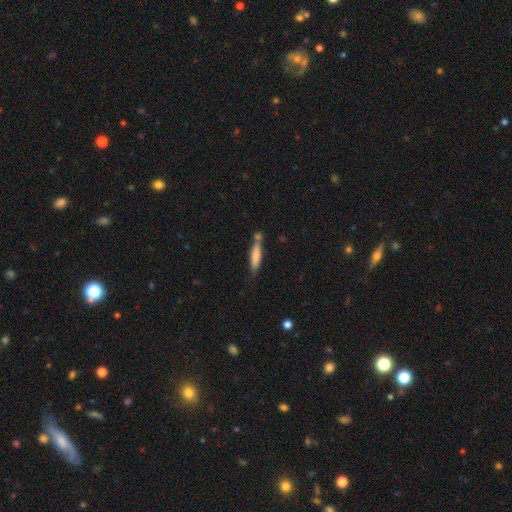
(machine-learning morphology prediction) Smooth or featured? smooth (74%)
How rounded? cigar-shaped (84%)
Merging? none (62%)